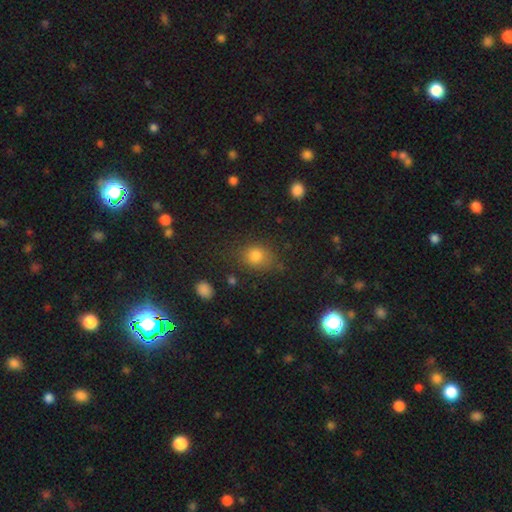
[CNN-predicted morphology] Smooth or featured?
  - smooth: 79% *
  - star or artifact: 14%
  - featured or disk: 8%
How rounded?
  - round: 56% *
  - in between: 43%
  - cigar-shaped: 1%
Merging?
  - none: 72% *
  - minor disturbance: 18%
  - major disturbance: 7%
  - merger: 3%